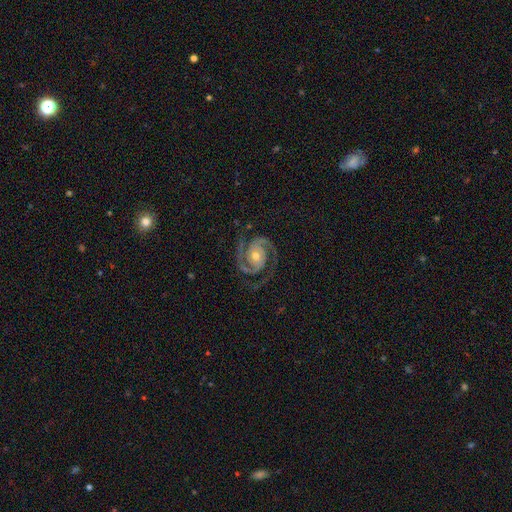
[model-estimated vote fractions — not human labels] Smooth or featured?
  - featured or disk: 94% *
  - star or artifact: 4%
  - smooth: 2%
Edge-on disk?
  - no: 98% *
  - yes: 2%
Bar?
  - no: 65% *
  - weak: 24%
  - strong: 12%
Spiral arms?
  - yes: 99% *
  - no: 1%
Spiral winding?
  - medium: 49% *
  - tight: 44%
  - loose: 7%
Spiral arm count?
  - 2: 94% *
  - 3: 2%
  - can't tell: 1%
  - 1: 1%
  - 4: 1%
  - more than 4: 1%
Bulge size?
  - moderate: 58% *
  - small: 38%
  - large: 3%
  - none: 1%
  - dominant: 1%
Merging?
  - none: 81% *
  - minor disturbance: 12%
  - major disturbance: 5%
  - merger: 1%